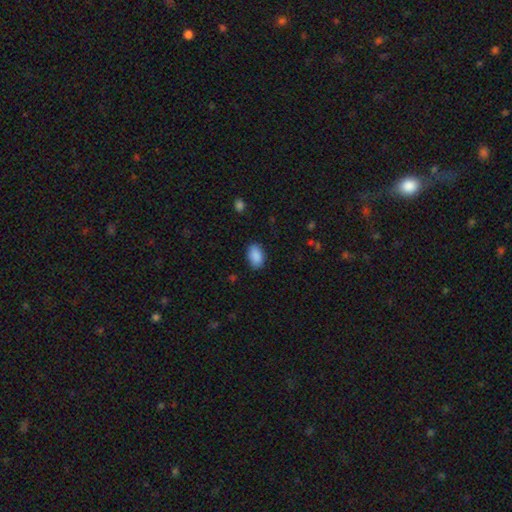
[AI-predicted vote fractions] Q: Smooth or featured?
A: smooth (90%); runner-up: star or artifact (7%)
Q: How rounded?
A: in between (91%); runner-up: round (7%)
Q: Merging?
A: none (85%); runner-up: minor disturbance (11%)